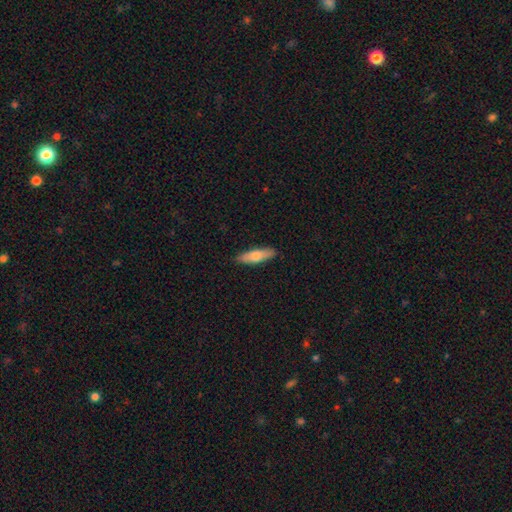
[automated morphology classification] Smooth or featured? Predicted: smooth (p=0.68). How rounded? Predicted: cigar-shaped (p=0.61). Merging? Predicted: none (p=0.89).